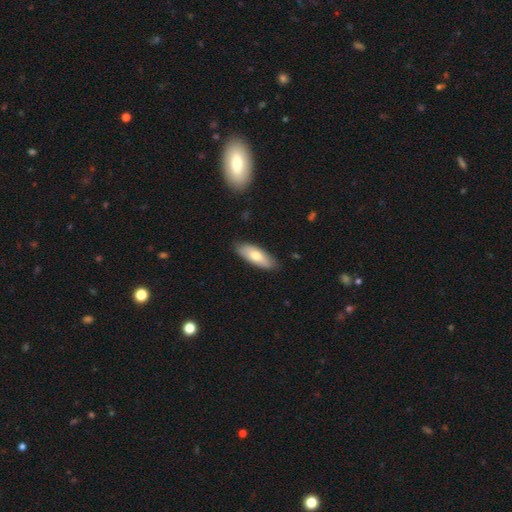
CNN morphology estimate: Overall: smooth (71%). How rounded: in between (76%). Merging: none (85%).